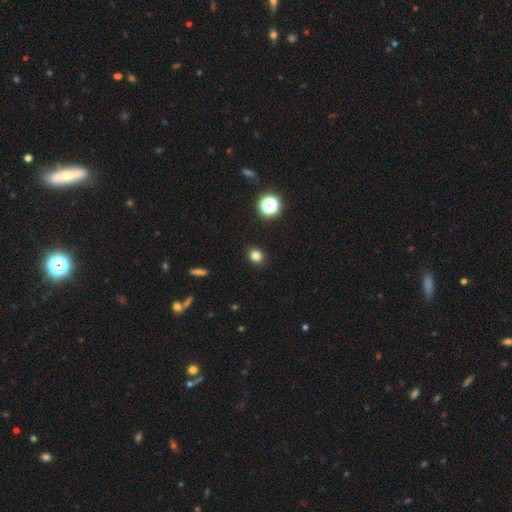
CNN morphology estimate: This appears to be a smooth galaxy with no disk features (80%) that is round (76%). Merging: none (90%).